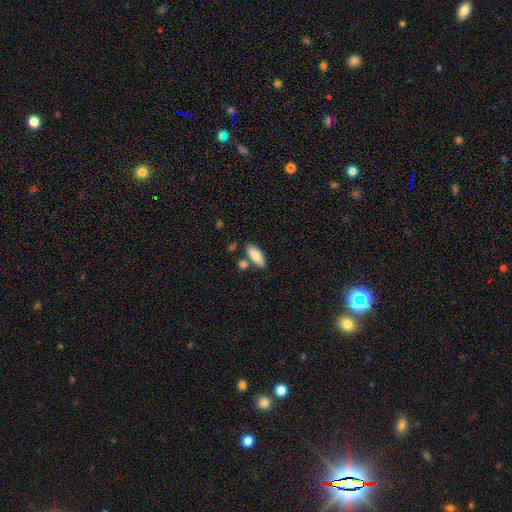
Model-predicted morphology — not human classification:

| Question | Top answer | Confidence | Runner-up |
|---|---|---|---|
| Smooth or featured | smooth | 81% | featured or disk (13%) |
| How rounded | in between | 84% | cigar-shaped (14%) |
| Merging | none | 75% | minor disturbance (12%) |